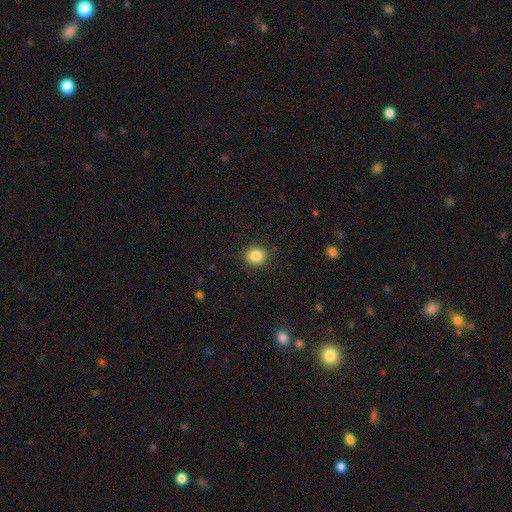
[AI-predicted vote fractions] Smooth or featured? Predicted: smooth (p=0.85). How rounded? Predicted: round (p=0.82). Merging? Predicted: none (p=0.89).